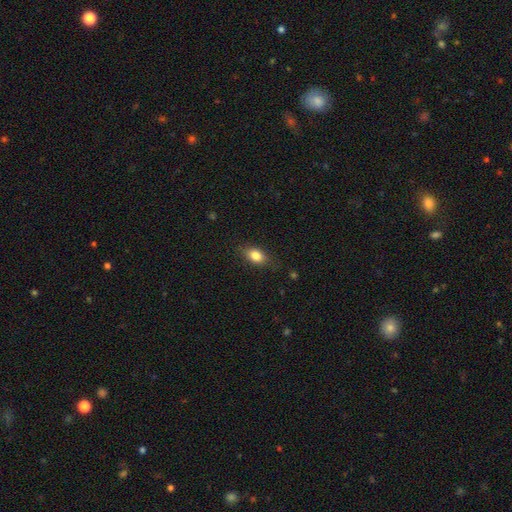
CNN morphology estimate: The model was most divided on "how rounded": in between: 78%, round: 18%, cigar-shaped: 4%. More confident: smooth or featured — smooth (82%); merging — none (79%).